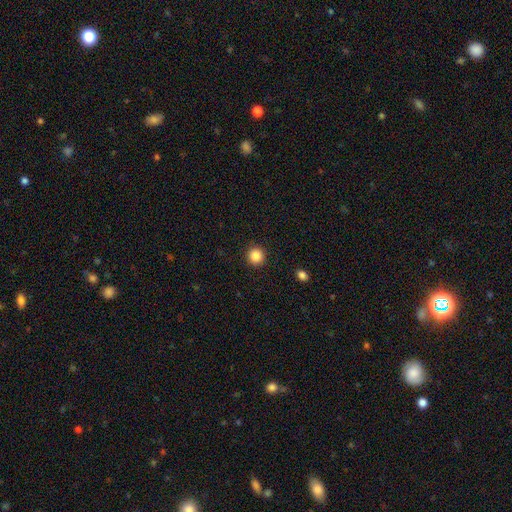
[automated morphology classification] A smooth galaxy with no disk features (86%) that is round (95%).

Vote fractions:
- Smooth or featured? smooth: 86% / star or artifact: 10% / featured or disk: 4%
- How rounded? round: 95% / in between: 4% / cigar-shaped: 1%
- Merging? none: 92% / minor disturbance: 5% / major disturbance: 2% / merger: 1%